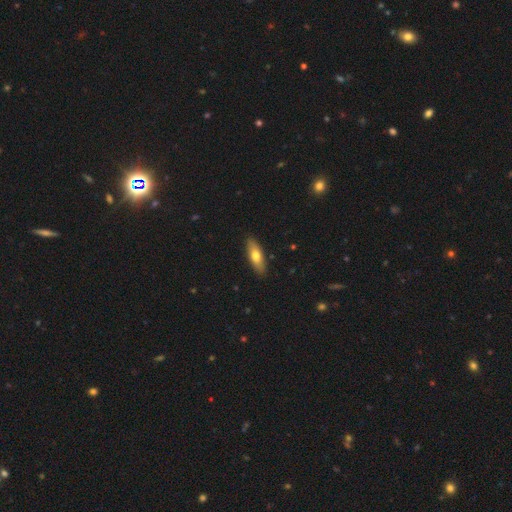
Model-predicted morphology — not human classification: This appears to be a smooth galaxy with no disk features (67%) that is in between round and cigar-shaped (56%). Merging: none (88%).